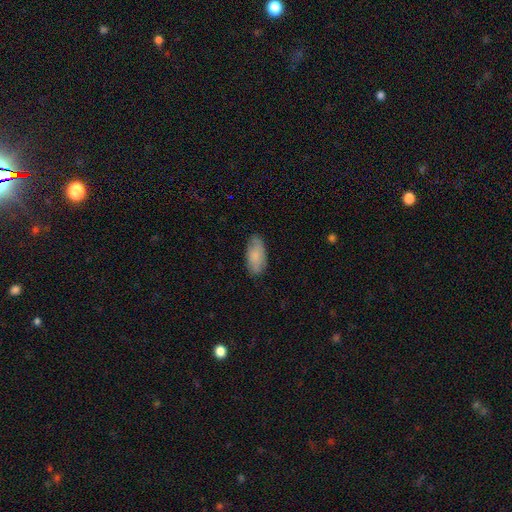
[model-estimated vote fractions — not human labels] smooth-or-featured: smooth: 80% | featured or disk: 14% | star or artifact: 6%
  how-rounded: in between: 93% | cigar-shaped: 5% | round: 2%
  merging: none: 79% | minor disturbance: 17% | major disturbance: 3% | merger: 1%